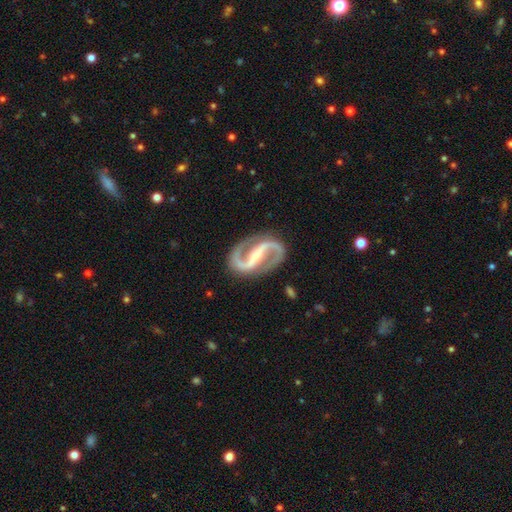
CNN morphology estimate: The model was most divided on "spiral winding": medium: 57%, loose: 26%, tight: 17%. More confident: spiral arms — yes (98%); edge-on disk — no (98%); spiral arm count — 2 (95%); smooth or featured — featured or disk (94%); merging — none (87%); bulge size — small (63%); bar — strong (60%).